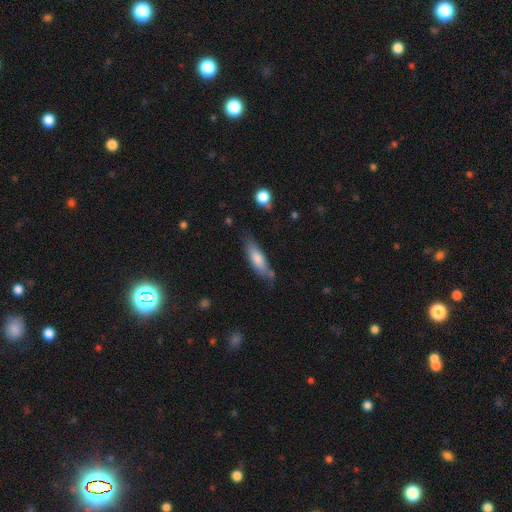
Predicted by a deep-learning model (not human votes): Smooth or featured: smooth — 69% (featured or disk — 25%)
How rounded: cigar-shaped — 55% (in between — 43%)
Merging: none — 67% (minor disturbance — 22%)